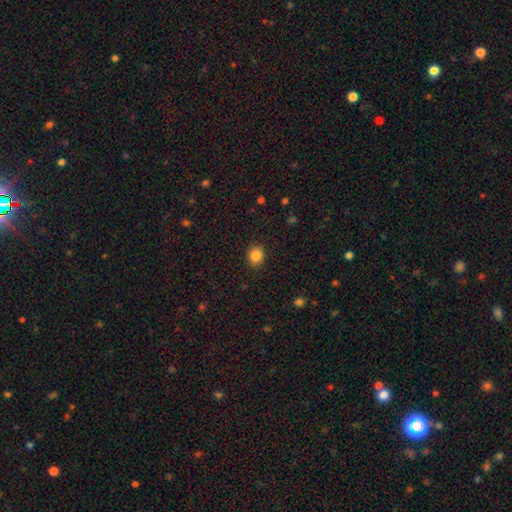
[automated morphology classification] Smooth or featured?
  - smooth: 85% *
  - star or artifact: 10%
  - featured or disk: 5%
How rounded?
  - round: 73% *
  - in between: 26%
  - cigar-shaped: 1%
Merging?
  - none: 90% *
  - minor disturbance: 7%
  - major disturbance: 2%
  - merger: 1%